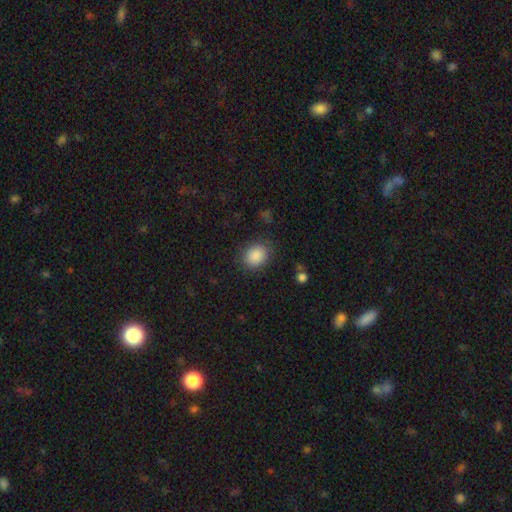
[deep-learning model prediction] smooth-or-featured: smooth: 88% | star or artifact: 9% | featured or disk: 4%
  how-rounded: round: 62% | in between: 37% | cigar-shaped: 1%
  merging: none: 83% | minor disturbance: 11% | major disturbance: 4% | merger: 1%